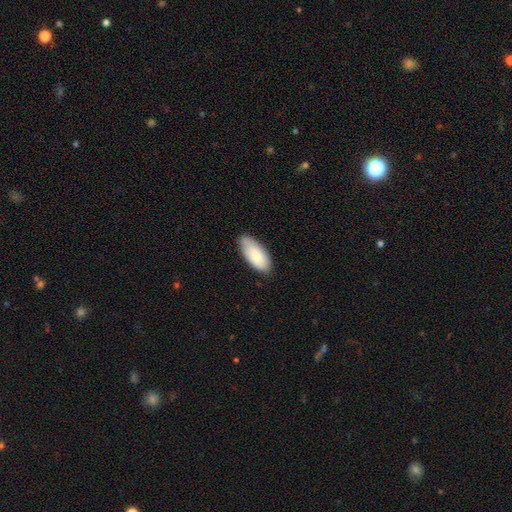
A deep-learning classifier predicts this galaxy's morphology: This appears to be a smooth galaxy with no disk features (85%) that is in between round and cigar-shaped (91%). Merging: none (77%).